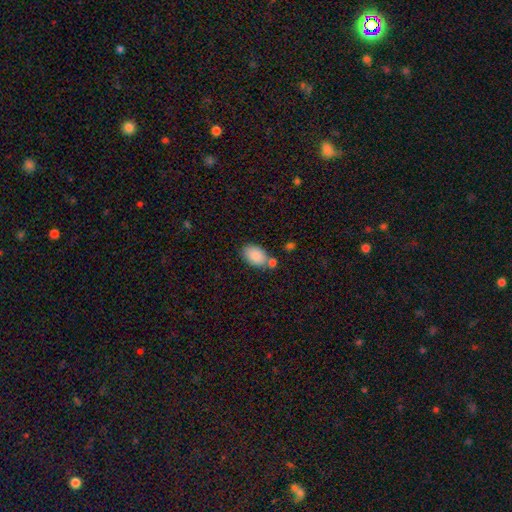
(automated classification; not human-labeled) Smooth or featured?
  - smooth: 87% *
  - star or artifact: 7%
  - featured or disk: 6%
How rounded?
  - in between: 91% *
  - round: 7%
  - cigar-shaped: 1%
Merging?
  - none: 64% *
  - merger: 17%
  - minor disturbance: 15%
  - major disturbance: 4%